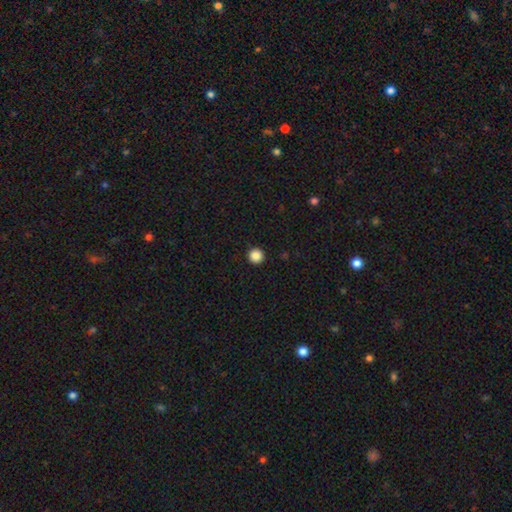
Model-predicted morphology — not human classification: Overall: smooth (87%). How rounded: round (96%). Merging: none (94%).